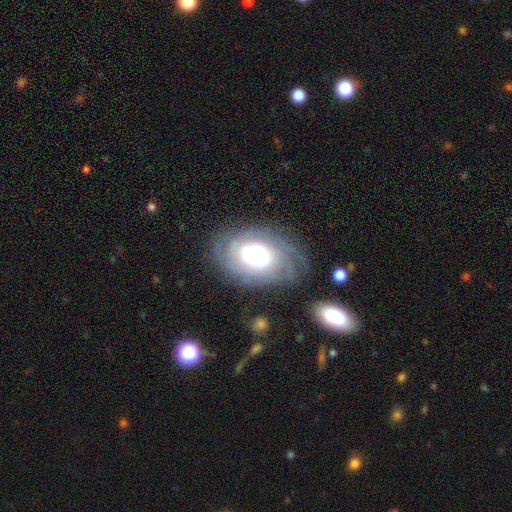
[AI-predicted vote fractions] This appears to be a featured or disk galaxy (79%) with no bar (72%), tight (70%) spiral arms (93%) and a moderate central bulge (52%). Merging: none (71%).